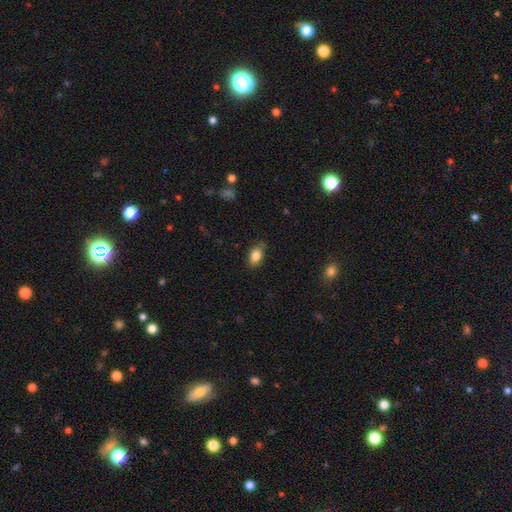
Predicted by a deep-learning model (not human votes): smooth_or_featured: smooth (p=0.84) [alt: star or artifact p=0.08]
how_rounded: in between (p=0.87) [alt: round p=0.11]
merging: none (p=0.78) [alt: minor disturbance p=0.17]